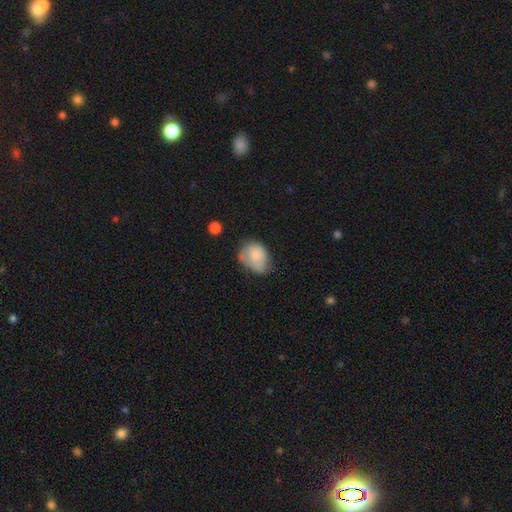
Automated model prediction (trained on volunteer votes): Smooth or featured: smooth — 71% (featured or disk — 22%)
How rounded: in between — 57% (round — 42%)
Merging: minor disturbance — 42% (none — 35%)